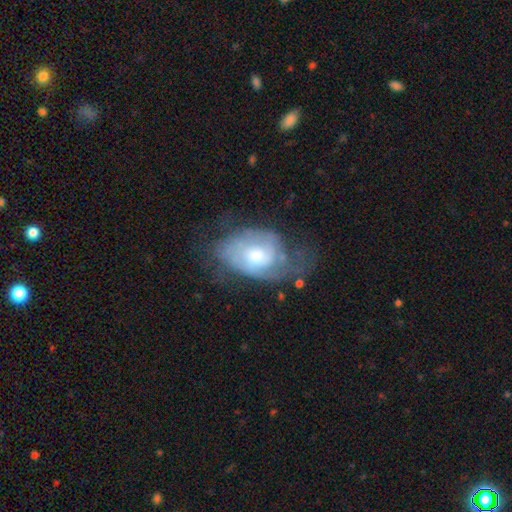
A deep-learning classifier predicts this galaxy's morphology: Overall: featured or disk (66%; smooth 27%). Edge-on disk: no (96%). Bar: no (70%). Spiral arms: yes (78%). Bulge size: moderate (57%; small 19%). Merging: none (39%; minor disturbance 30%).